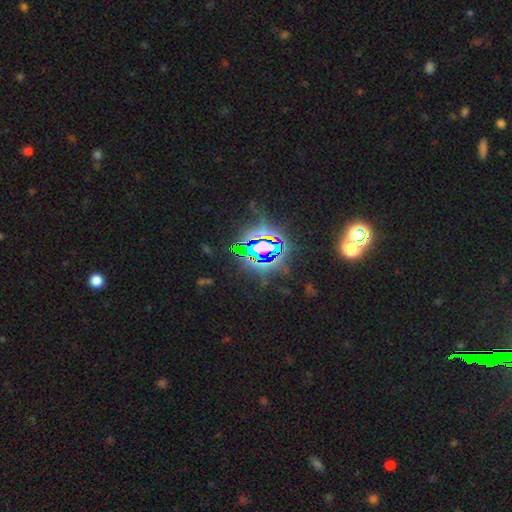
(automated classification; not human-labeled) Smooth or featured? star or artifact (80%)